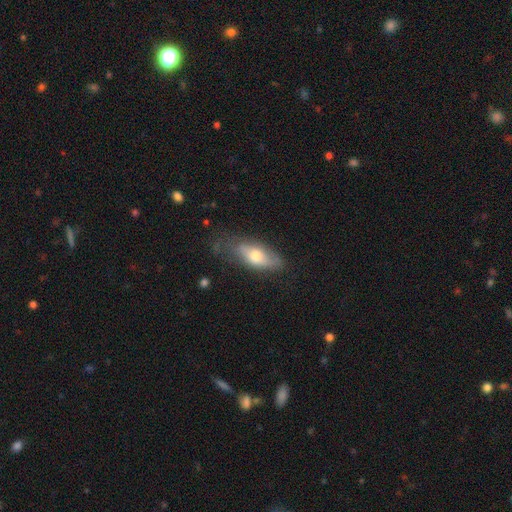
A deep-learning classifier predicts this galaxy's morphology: smooth_or_featured: smooth (p=0.61) [alt: featured or disk p=0.32]
how_rounded: in between (p=0.80) [alt: cigar-shaped p=0.17]
merging: none (p=0.58) [alt: minor disturbance p=0.29]